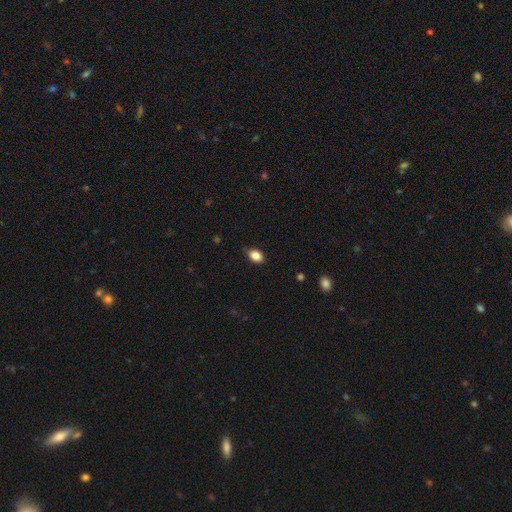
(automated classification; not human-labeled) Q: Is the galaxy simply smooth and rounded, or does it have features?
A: smooth — 87%.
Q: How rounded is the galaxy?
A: in between — 80%.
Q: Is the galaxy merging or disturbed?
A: none — 83%.